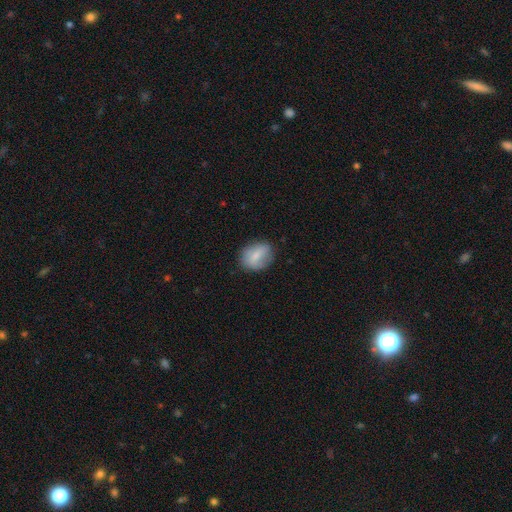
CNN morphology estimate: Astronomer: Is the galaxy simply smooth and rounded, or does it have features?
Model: smooth — 70%.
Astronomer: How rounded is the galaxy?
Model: in between — 62%.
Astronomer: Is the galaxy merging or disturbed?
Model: none — 75%.